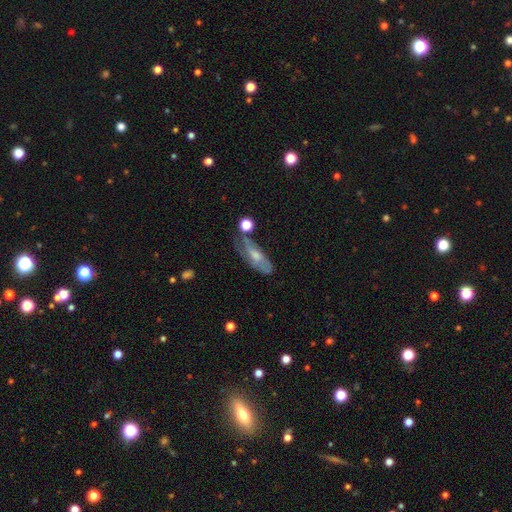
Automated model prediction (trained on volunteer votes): Smooth or featured? Predicted: featured or disk (p=0.54). Edge-on disk? Predicted: no (p=0.79). Merging? Predicted: none (p=0.47).